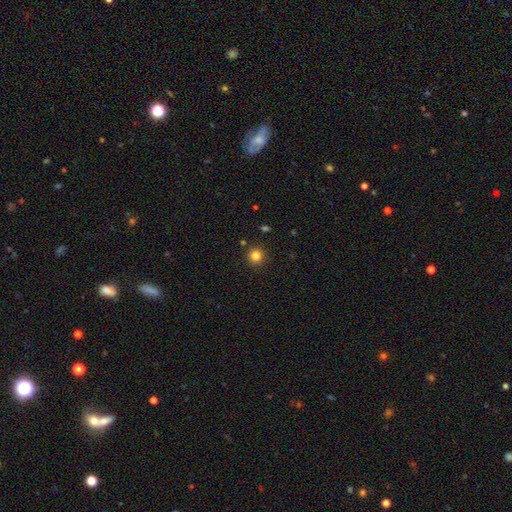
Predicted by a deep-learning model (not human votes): Overall: smooth (82%). How rounded: round (94%). Merging: none (90%).